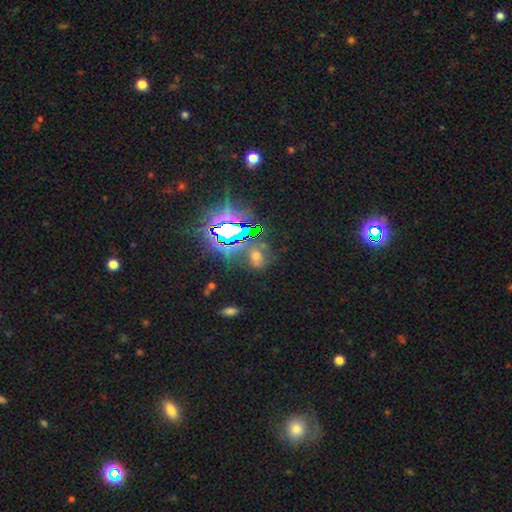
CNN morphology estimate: Smooth or featured? Predicted: star or artifact (p=0.65).